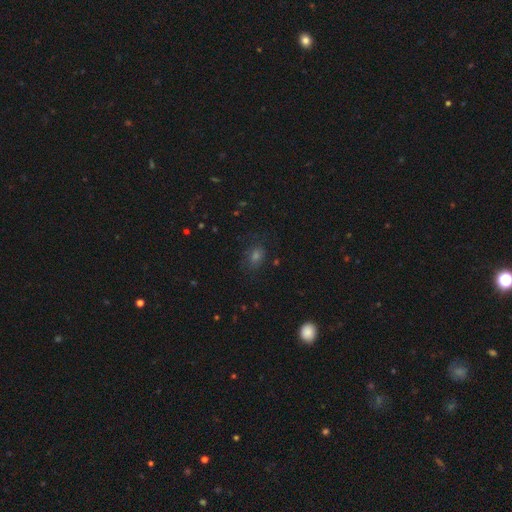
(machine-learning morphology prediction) type=smooth (58%); roundness=in between (55%); merging=none (76%).